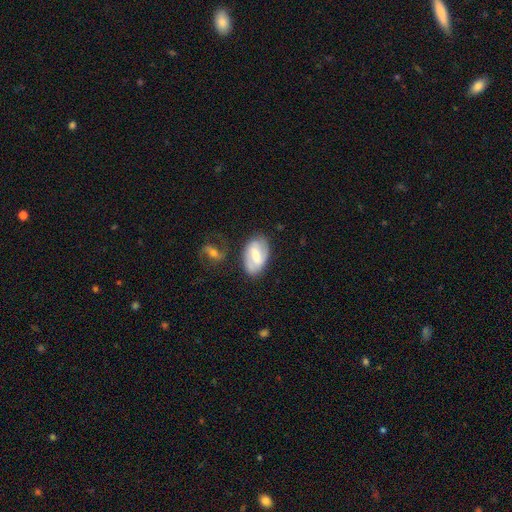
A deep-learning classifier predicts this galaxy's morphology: featured or disk 53%, smooth 40%, star or artifact 7%. Down the decision tree: edge-on disk — no (92%); merging — none (70%).